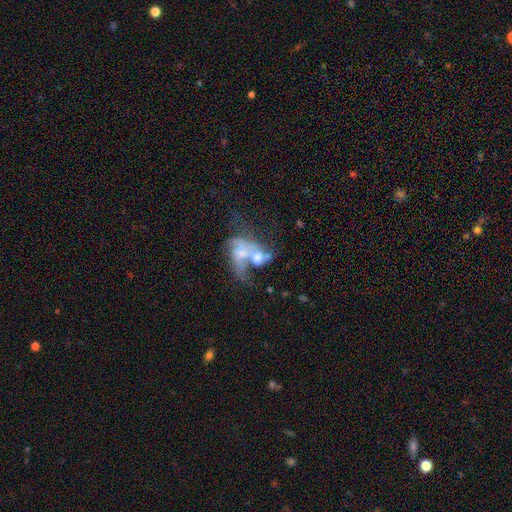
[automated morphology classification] type=featured or disk (63%); edge-on=no (96%); bar=no (75%); spiral arms=yes (53%); bulge=moderate (41%); merging=merger (58%).